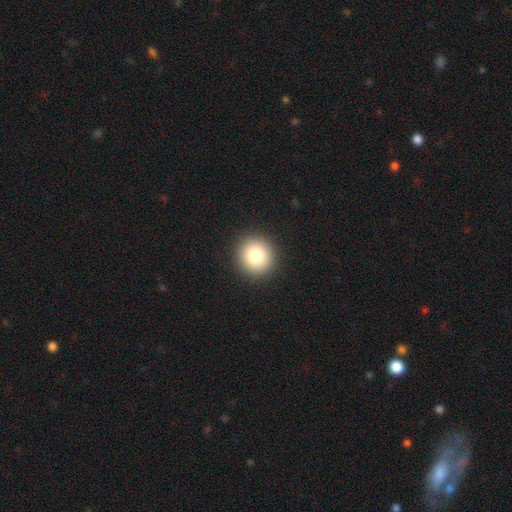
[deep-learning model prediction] A smooth galaxy with no disk features (83%) that is round (92%).

Vote fractions:
- Smooth or featured? smooth: 83% / star or artifact: 10% / featured or disk: 7%
- How rounded? round: 92% / in between: 7% / cigar-shaped: 1%
- Merging? none: 93% / minor disturbance: 5% / major disturbance: 2% / merger: 1%